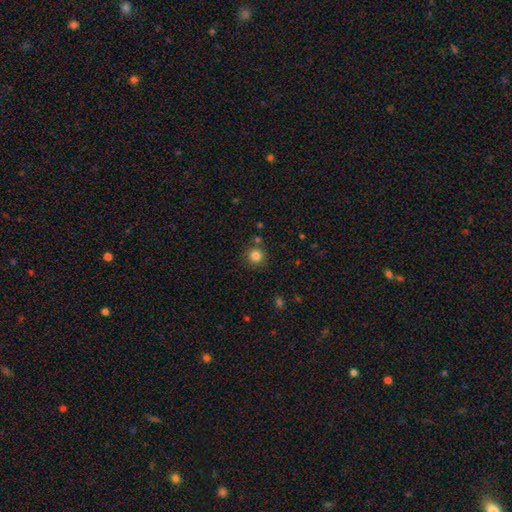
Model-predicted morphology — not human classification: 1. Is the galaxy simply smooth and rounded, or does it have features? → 82% smooth, 12% star or artifact, 6% featured or disk.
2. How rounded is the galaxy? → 93% round, 6% in between, 1% cigar-shaped.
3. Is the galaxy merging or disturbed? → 80% none, 10% minor disturbance, 7% merger, 3% major disturbance.